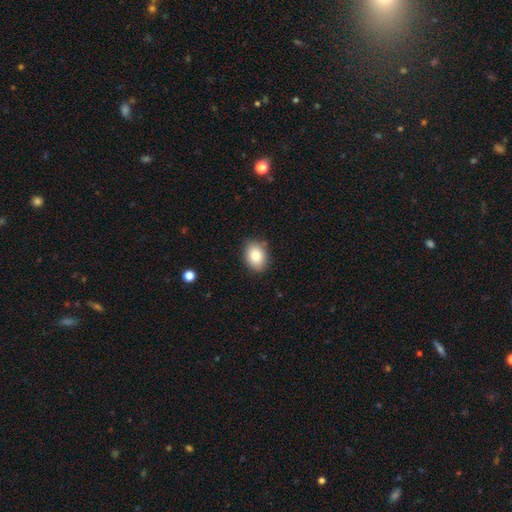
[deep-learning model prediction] A smooth galaxy with no disk features (84%) that is in between round and cigar-shaped (70%).

Vote fractions:
- Smooth or featured? smooth: 84% / featured or disk: 8% / star or artifact: 8%
- How rounded? in between: 70% / round: 29% / cigar-shaped: 1%
- Merging? none: 85% / minor disturbance: 11% / major disturbance: 2% / merger: 2%